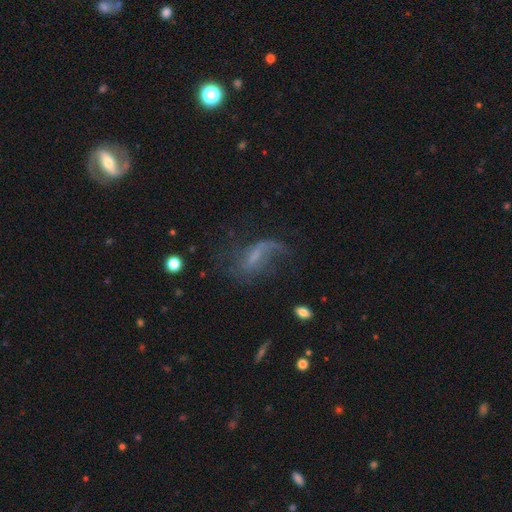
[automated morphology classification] A featured or disk galaxy (63%) with a weak bar (41%), spiral arms (74%) and no central bulge (43%).

Vote fractions:
- Smooth or featured? featured or disk: 63% / smooth: 24% / star or artifact: 13%
- Edge-on disk? no: 92% / yes: 8%
- Bar? weak: 41% / no: 35% / strong: 24%
- Spiral arms? yes: 74% / no: 26%
- Bulge size? none: 43% / small: 36% / moderate: 17% / large: 3% / dominant: 1%
- Merging? none: 40% / major disturbance: 36% / minor disturbance: 21% / merger: 4%